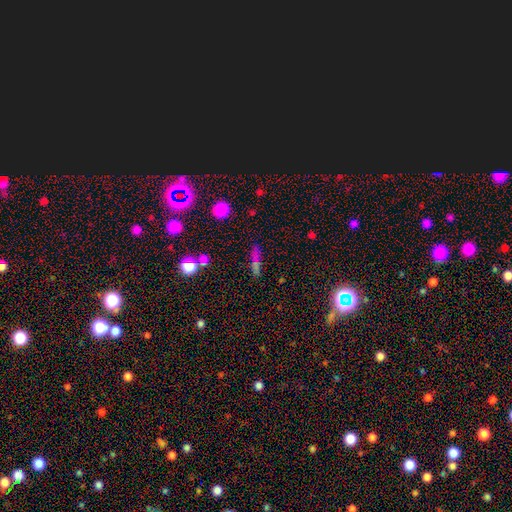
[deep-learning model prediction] smooth_or_featured: smooth (p=0.58) [alt: star or artifact p=0.22]
how_rounded: cigar-shaped (p=0.76) [alt: in between p=0.16]
merging: none (p=0.78) [alt: minor disturbance p=0.12]